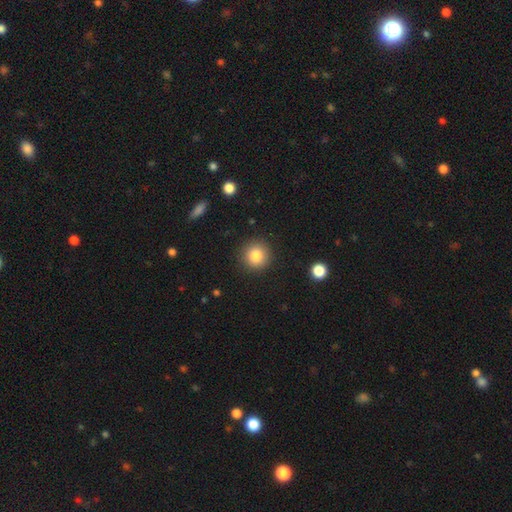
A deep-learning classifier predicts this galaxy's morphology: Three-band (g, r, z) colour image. It shows a smooth galaxy with no disk features (82%) that is round (93%). Merging: none (90%).